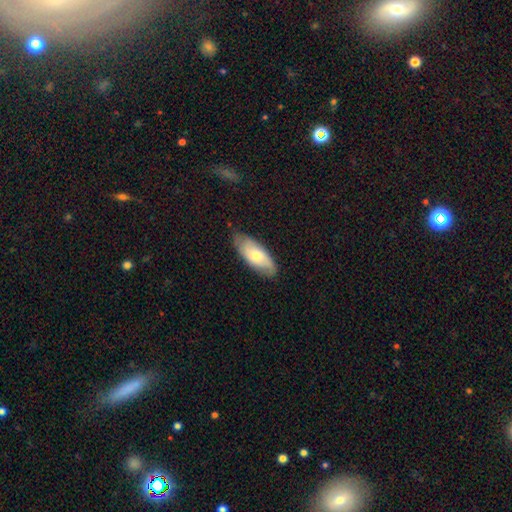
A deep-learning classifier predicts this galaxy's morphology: type=smooth (60%); roundness=in between (83%); merging=none (75%).